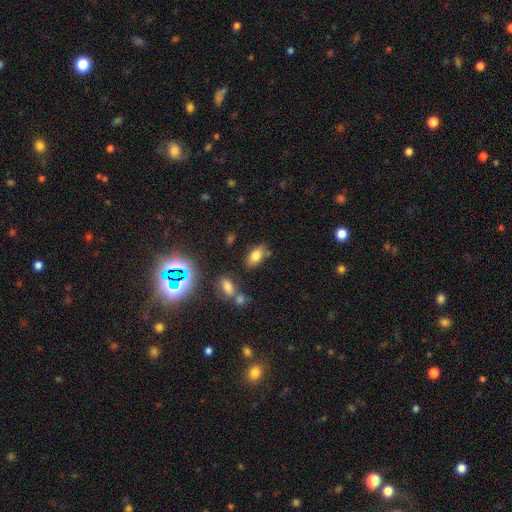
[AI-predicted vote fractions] Smooth or featured? smooth (77%)
How rounded? in between (90%)
Merging? none (75%)